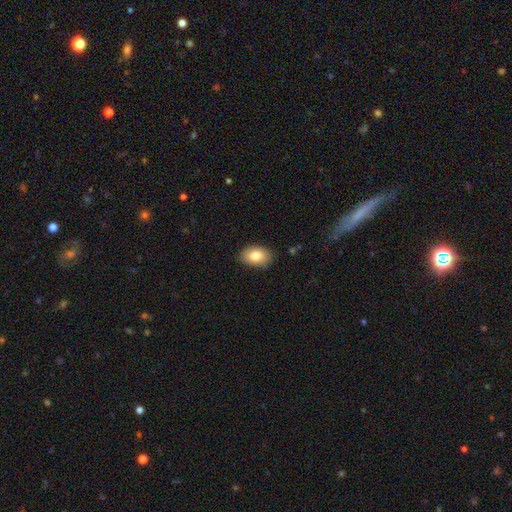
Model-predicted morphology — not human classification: The model was most divided on "merging": none: 85%, minor disturbance: 12%, major disturbance: 2%, merger: 1%. More confident: how rounded — in between (87%); smooth or featured — smooth (83%).